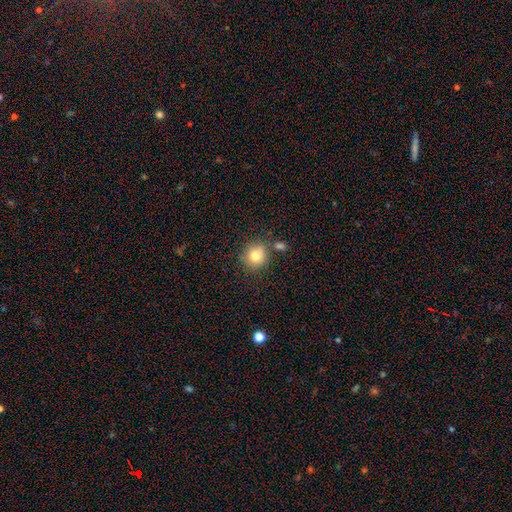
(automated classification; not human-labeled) Smooth or featured: smooth — 80% (star or artifact — 11%)
How rounded: round — 87% (in between — 12%)
Merging: none — 74% (minor disturbance — 12%)